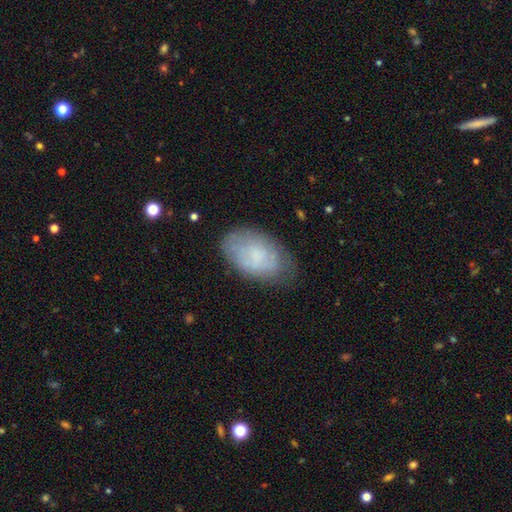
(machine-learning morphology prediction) Smooth or featured?
  - smooth: 63% *
  - featured or disk: 29%
  - star or artifact: 8%
How rounded?
  - in between: 92% *
  - round: 6%
  - cigar-shaped: 1%
Merging?
  - none: 65% *
  - minor disturbance: 26%
  - major disturbance: 8%
  - merger: 2%